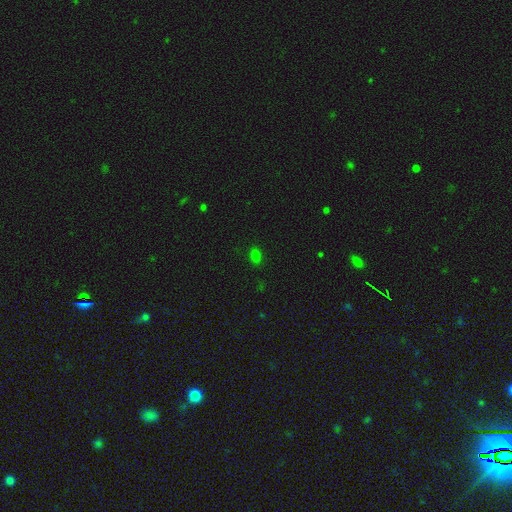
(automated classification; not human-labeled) This is likely a smooth galaxy (77%). How rounded: likely in between (76%). Merging: clearly none (87%).